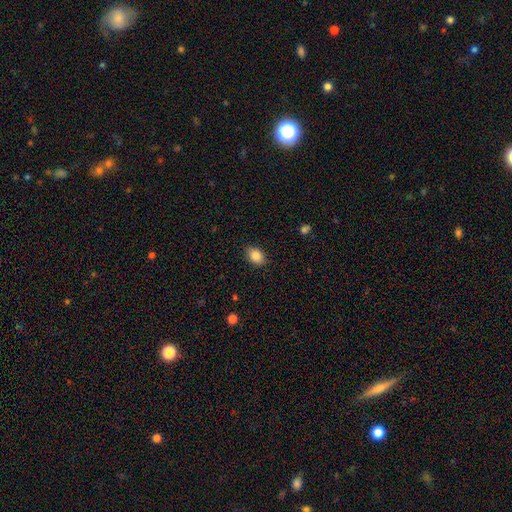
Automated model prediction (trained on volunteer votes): Smooth or featured?
  - smooth: 85% *
  - star or artifact: 9%
  - featured or disk: 6%
How rounded?
  - in between: 74% *
  - round: 25%
  - cigar-shaped: 1%
Merging?
  - none: 87% *
  - minor disturbance: 10%
  - major disturbance: 2%
  - merger: 1%